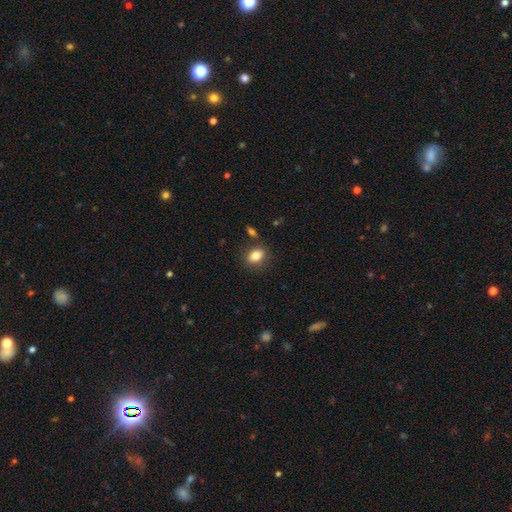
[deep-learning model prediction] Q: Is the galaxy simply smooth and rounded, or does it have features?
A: smooth — 83%.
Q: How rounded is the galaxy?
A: in between — 68%.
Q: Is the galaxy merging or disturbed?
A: none — 79%.